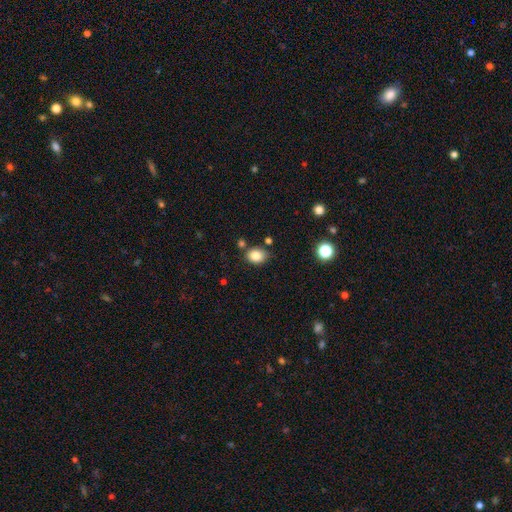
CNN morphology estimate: Overall: smooth (84%). How rounded: in between (58%; round 41%). Merging: none (74%).